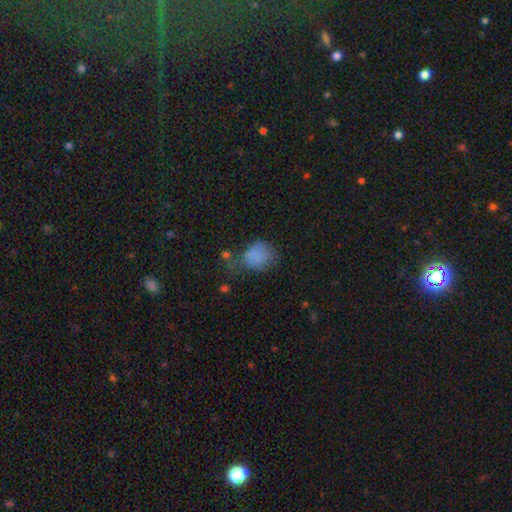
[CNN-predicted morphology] A smooth galaxy with no disk features (76%) that is round (64%).

Vote fractions:
- Smooth or featured? smooth: 76% / star or artifact: 13% / featured or disk: 11%
- How rounded? round: 64% / in between: 35% / cigar-shaped: 1%
- Merging? none: 40% / minor disturbance: 29% / major disturbance: 23% / merger: 8%